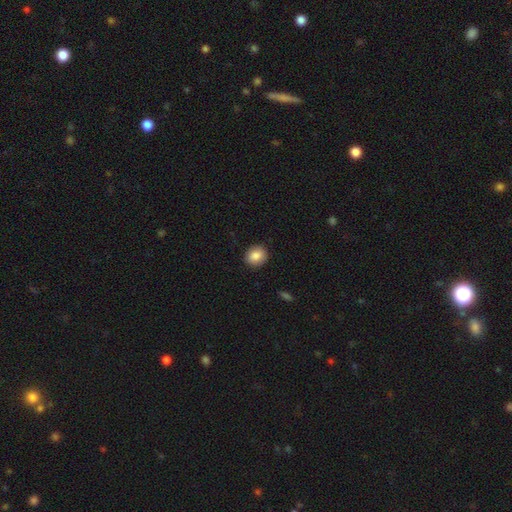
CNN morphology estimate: A smooth galaxy with no disk features (87%) that is round (67%). Merging: none (90%).